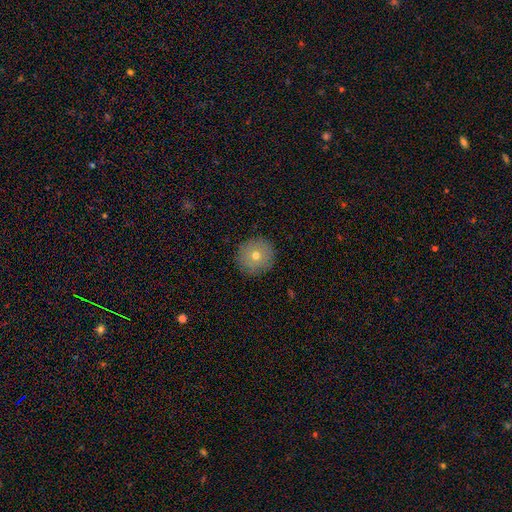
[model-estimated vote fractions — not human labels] smooth_or_featured: smooth (p=0.70) [alt: featured or disk p=0.19]
how_rounded: round (p=0.95) [alt: in between p=0.04]
merging: none (p=0.90) [alt: minor disturbance p=0.07]